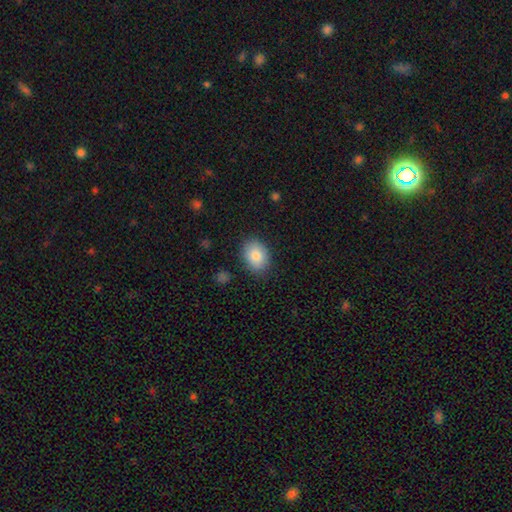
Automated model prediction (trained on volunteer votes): This is clearly a smooth galaxy (83%). How rounded: likely in between (68%). Merging: clearly none (85%).